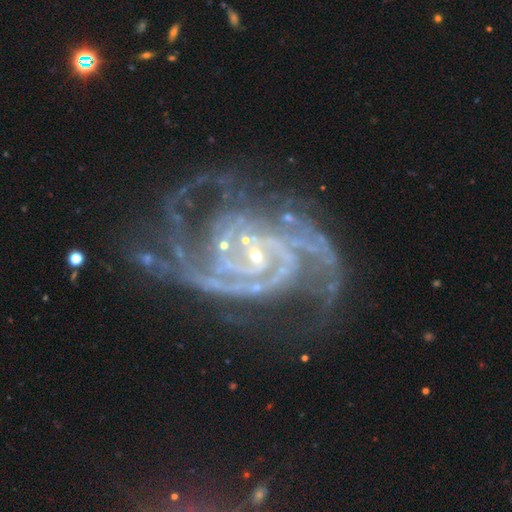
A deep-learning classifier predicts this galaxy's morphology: type=featured or disk (92%); edge-on=no (98%); bar=no (45%); spiral arms=yes (98%); winding=medium (47%); arm count=2 (47%); bulge=small (80%); merging=none (52%).